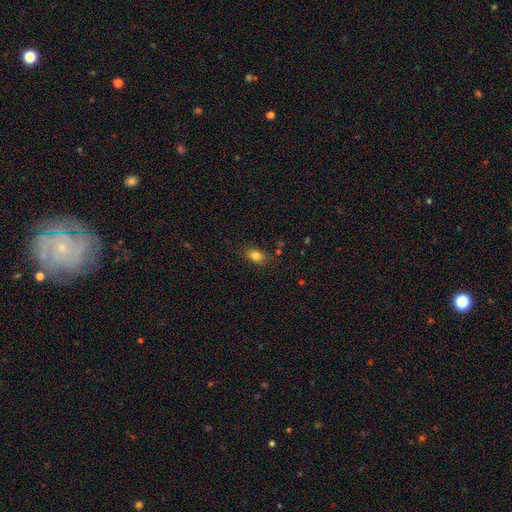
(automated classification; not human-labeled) smooth-or-featured: smooth: 81% | star or artifact: 11% | featured or disk: 8%
  how-rounded: in between: 76% | round: 22% | cigar-shaped: 2%
  merging: none: 82% | minor disturbance: 13% | major disturbance: 3% | merger: 2%